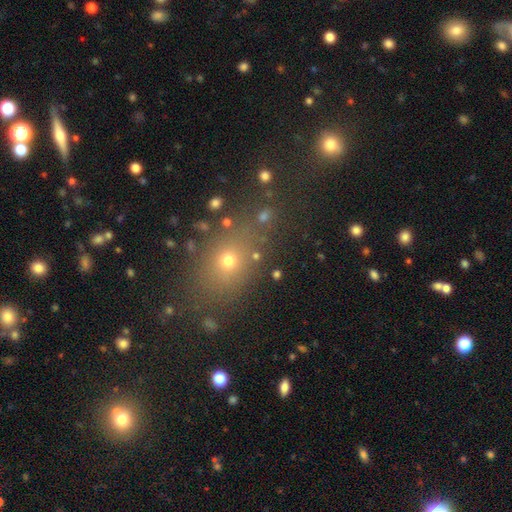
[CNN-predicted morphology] smooth-or-featured: smooth: 61% | star or artifact: 26% | featured or disk: 13%
  how-rounded: in between: 51% | round: 45% | cigar-shaped: 4%
  merging: none: 75% | minor disturbance: 12% | merger: 6% | major disturbance: 6%